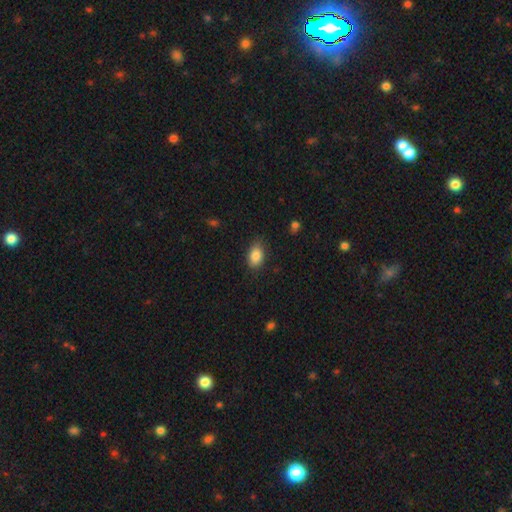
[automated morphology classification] Overall: smooth (86%). How rounded: in between (88%). Merging: none (79%).